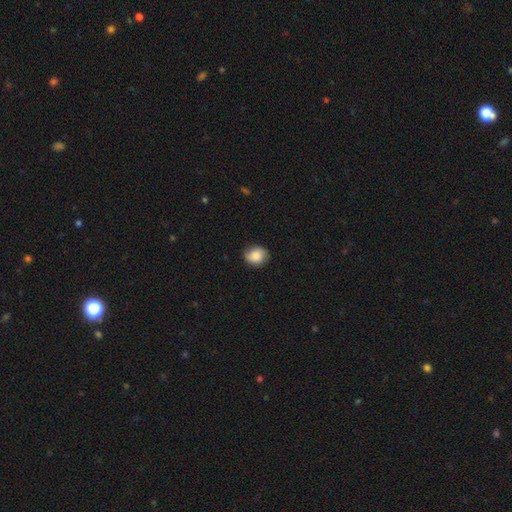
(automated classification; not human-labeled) smooth_or_featured: smooth (p=0.83) [alt: featured or disk p=0.09]
how_rounded: round (p=0.64) [alt: in between p=0.35]
merging: none (p=0.83) [alt: minor disturbance p=0.13]